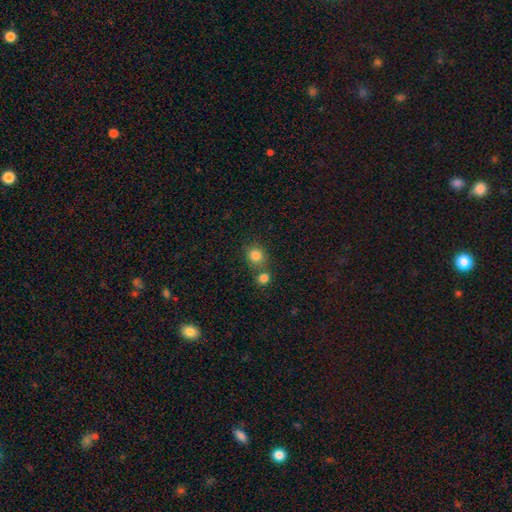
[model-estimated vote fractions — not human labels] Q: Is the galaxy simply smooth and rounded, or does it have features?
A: smooth — 83%.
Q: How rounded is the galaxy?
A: round — 82%.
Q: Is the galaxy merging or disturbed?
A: none — 61%.